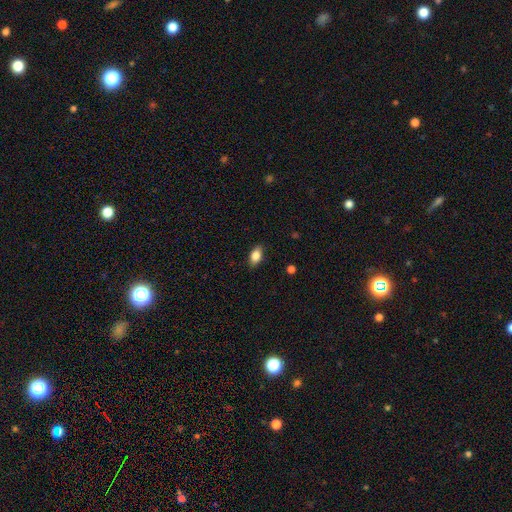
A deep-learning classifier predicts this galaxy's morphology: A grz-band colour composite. It shows a smooth galaxy with no disk features (83%) that is in between round and cigar-shaped (87%). Merging: none (85%).